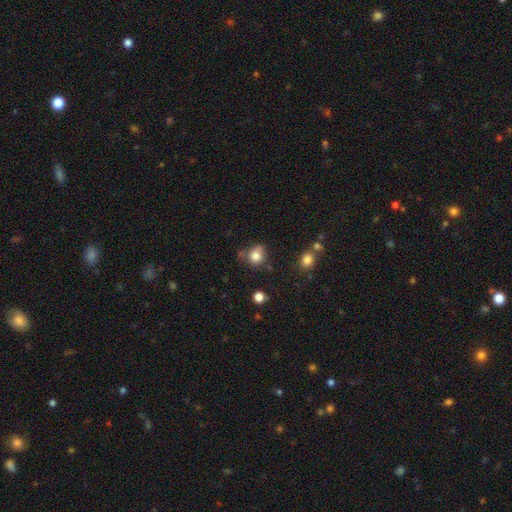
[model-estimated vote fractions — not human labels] A smooth galaxy with no disk features (81%) that is round (73%).

Vote fractions:
- Smooth or featured? smooth: 81% / star or artifact: 11% / featured or disk: 7%
- How rounded? round: 73% / in between: 26% / cigar-shaped: 1%
- Merging? none: 58% / minor disturbance: 26% / merger: 9% / major disturbance: 8%